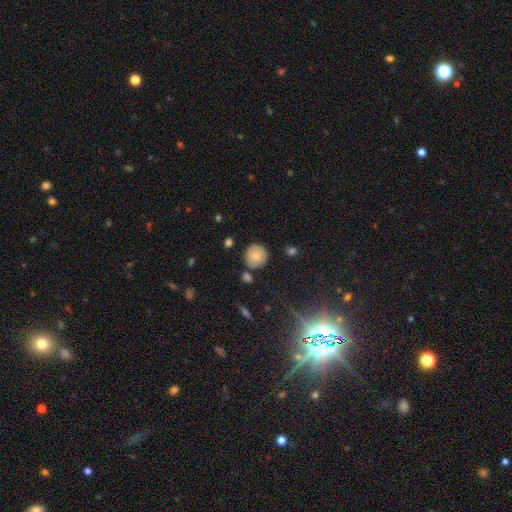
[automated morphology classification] A smooth galaxy with no disk features (79%) that is round (91%).

Vote fractions:
- Smooth or featured? smooth: 79% / featured or disk: 11% / star or artifact: 9%
- How rounded? round: 91% / in between: 8% / cigar-shaped: 1%
- Merging? none: 77% / minor disturbance: 13% / merger: 7% / major disturbance: 3%